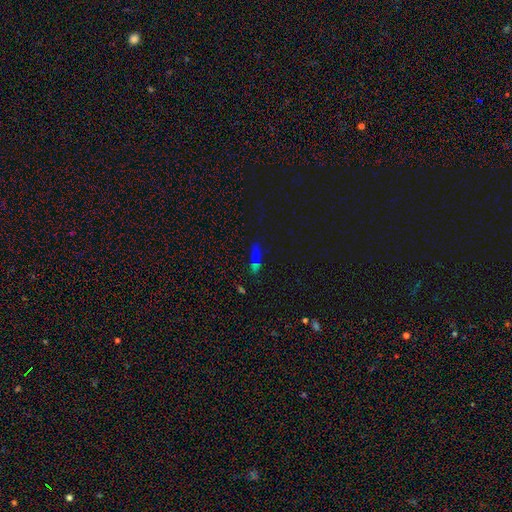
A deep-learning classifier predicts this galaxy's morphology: Smooth or featured?
  - star or artifact: 43% * (tied)
  - smooth: 43% * (tied)
  - featured or disk: 14%